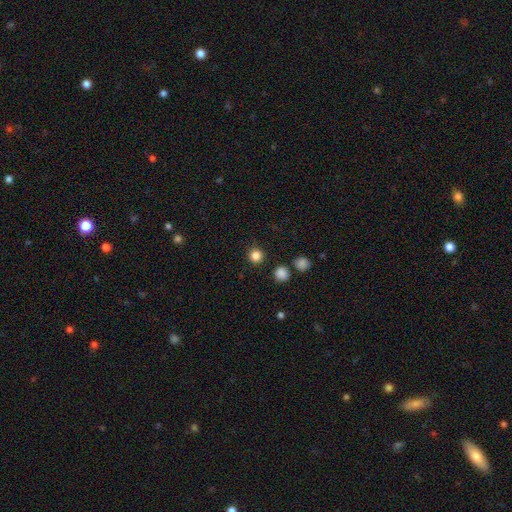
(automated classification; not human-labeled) smooth_or_featured: smooth (p=0.84) [alt: star or artifact p=0.12]
how_rounded: round (p=0.95) [alt: in between p=0.04]
merging: none (p=0.89) [alt: minor disturbance p=0.06]